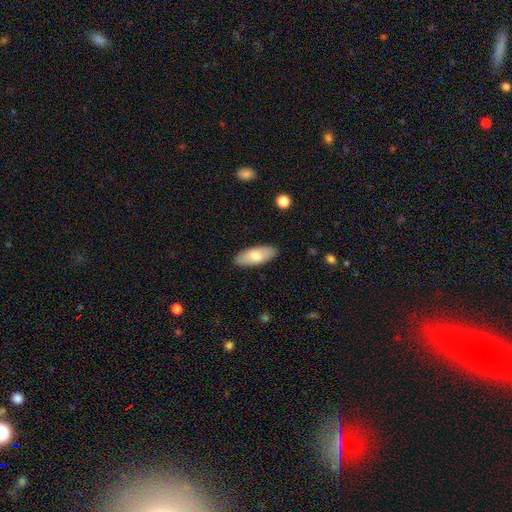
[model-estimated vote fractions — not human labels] Smooth or featured? smooth (75%)
How rounded? in between (82%)
Merging? none (88%)